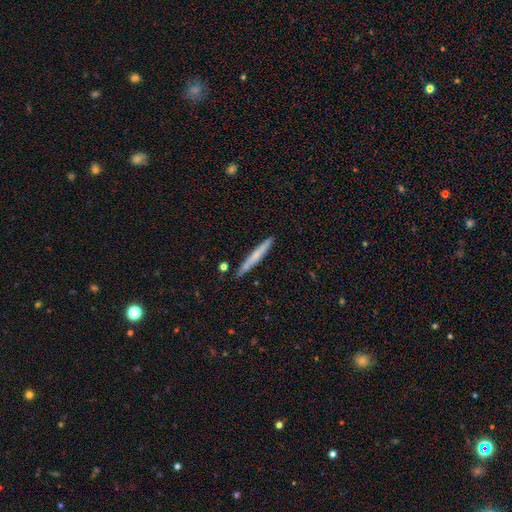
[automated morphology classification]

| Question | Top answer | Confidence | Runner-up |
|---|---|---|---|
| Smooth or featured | smooth | 57% | featured or disk (37%) |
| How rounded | cigar-shaped | 96% | in between (2%) |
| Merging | none | 87% | minor disturbance (9%) |